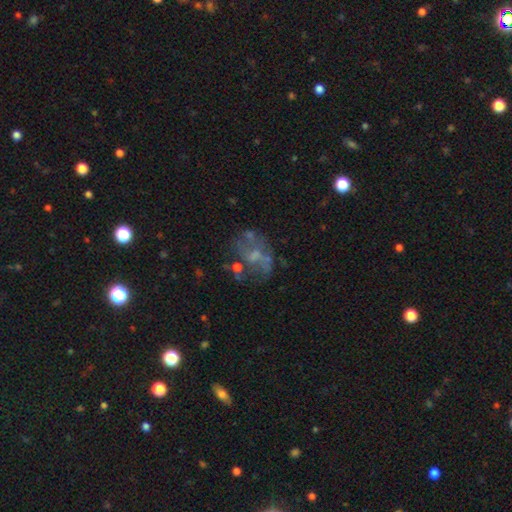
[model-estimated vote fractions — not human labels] featured or disk 59%, smooth 25%, star or artifact 16%. Down the decision tree: edge-on disk — no (97%); bar — no (70%); spiral arms — no (67%); bulge size — none (40%); merging — none (44%).